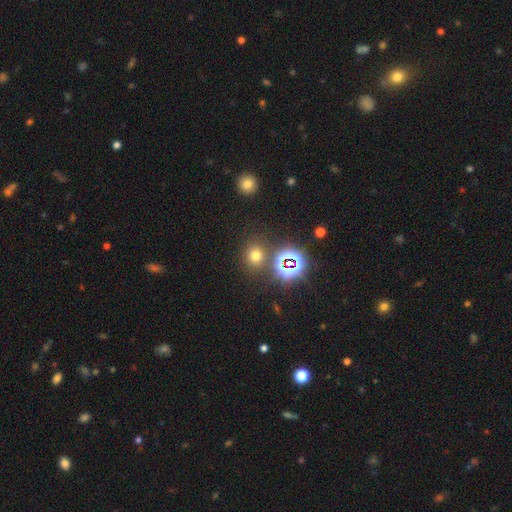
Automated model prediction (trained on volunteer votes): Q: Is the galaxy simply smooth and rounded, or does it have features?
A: smooth — 62%.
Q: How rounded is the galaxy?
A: round — 83%.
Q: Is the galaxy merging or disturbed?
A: none — 81%.